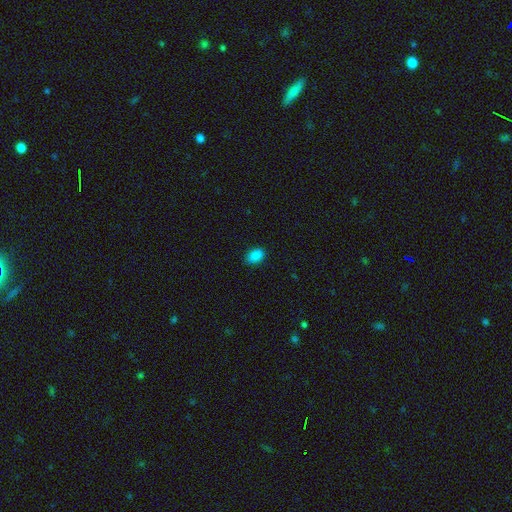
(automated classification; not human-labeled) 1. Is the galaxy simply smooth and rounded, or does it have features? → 87% smooth, 10% star or artifact, 3% featured or disk.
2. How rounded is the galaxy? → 85% in between, 14% round, 1% cigar-shaped.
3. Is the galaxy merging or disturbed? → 87% none, 10% minor disturbance, 2% major disturbance, 1% merger.